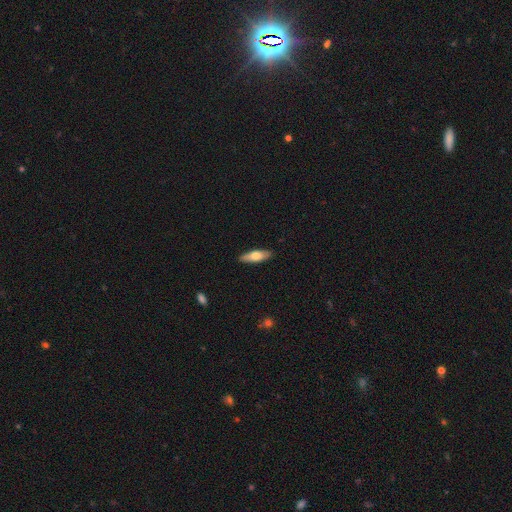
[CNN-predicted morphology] This is likely a smooth galaxy (65%). How rounded: possibly cigar-shaped (51%). Merging: clearly none (89%).